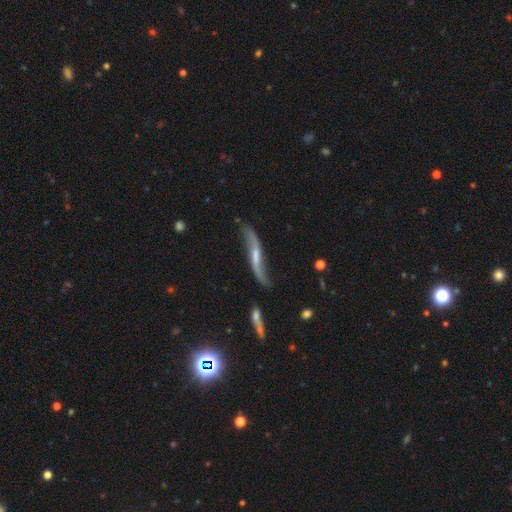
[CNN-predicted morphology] This appears to be a featured or disk galaxy (80%) with a weak bar (40%), spiral arms (91%) and a small central bulge (53%). Merging: none (65%).